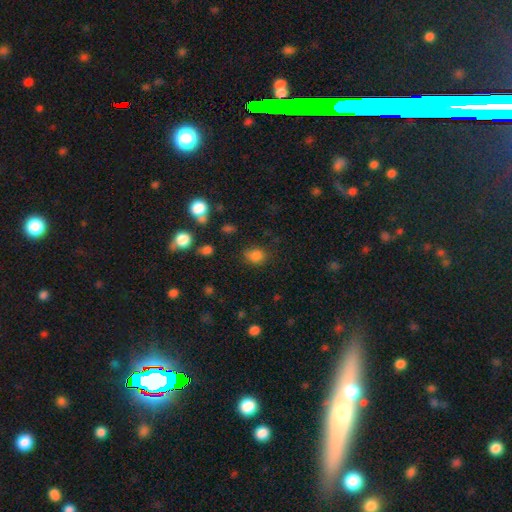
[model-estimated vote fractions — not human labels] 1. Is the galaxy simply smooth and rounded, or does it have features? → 81% smooth, 14% star or artifact, 5% featured or disk.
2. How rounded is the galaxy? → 60% round, 39% in between, 1% cigar-shaped.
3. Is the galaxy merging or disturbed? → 73% none, 18% minor disturbance, 6% major disturbance, 4% merger.